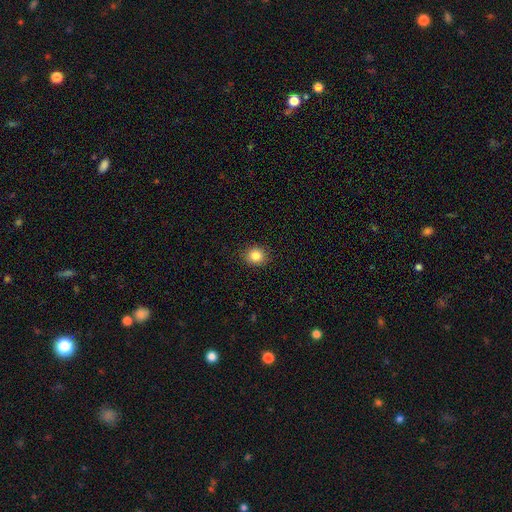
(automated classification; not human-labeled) Overall: smooth (85%). How rounded: round (79%). Merging: none (90%).